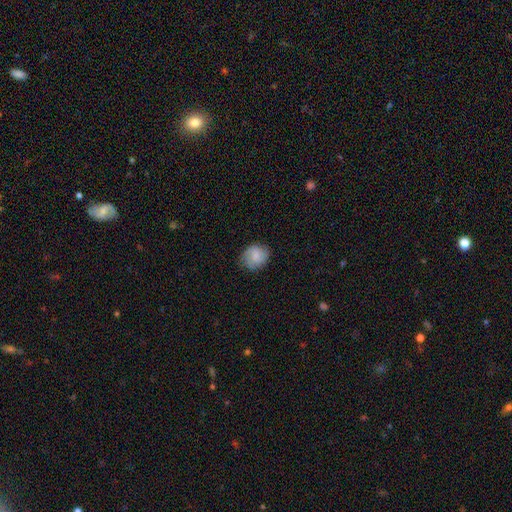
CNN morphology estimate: type=smooth (65%); roundness=round (69%); merging=none (77%).